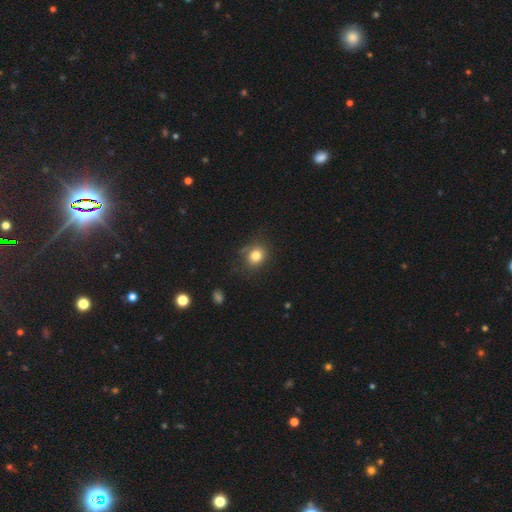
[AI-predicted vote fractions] Overall: smooth (81%). How rounded: round (67%; in between 33%). Merging: none (75%).